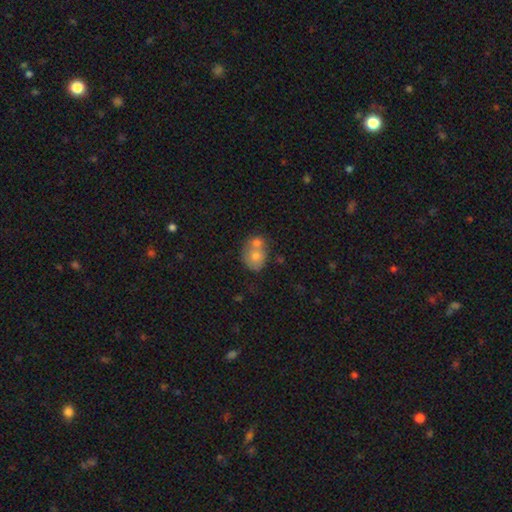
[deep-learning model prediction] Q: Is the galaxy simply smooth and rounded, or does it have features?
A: smooth — 68%.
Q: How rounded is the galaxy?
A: round — 59%.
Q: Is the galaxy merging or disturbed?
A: merger — 54%.